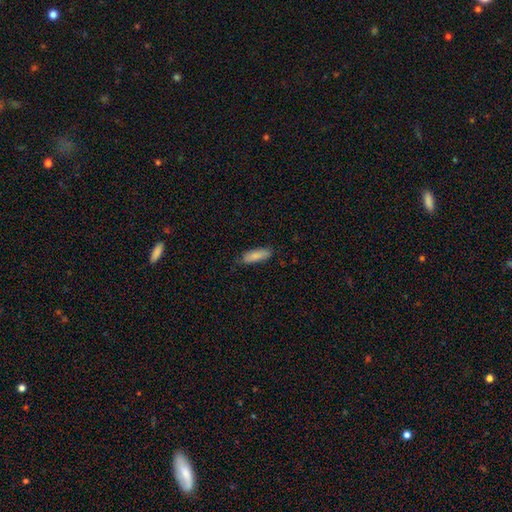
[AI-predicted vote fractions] A smooth galaxy with no disk features (86%) that is in between round and cigar-shaped (56%). Merging: none (80%).